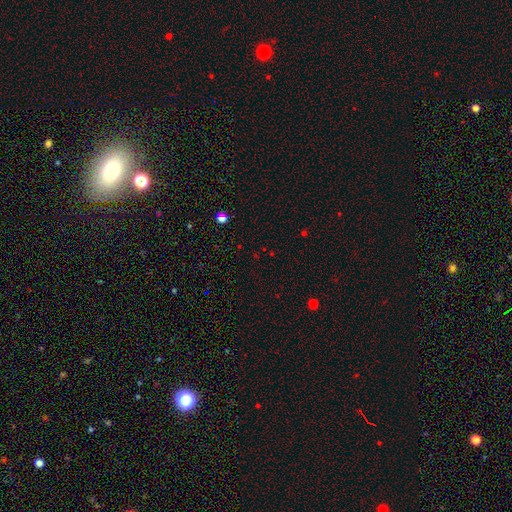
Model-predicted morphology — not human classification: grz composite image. It shows a star or artifact, not a galaxy (65%).